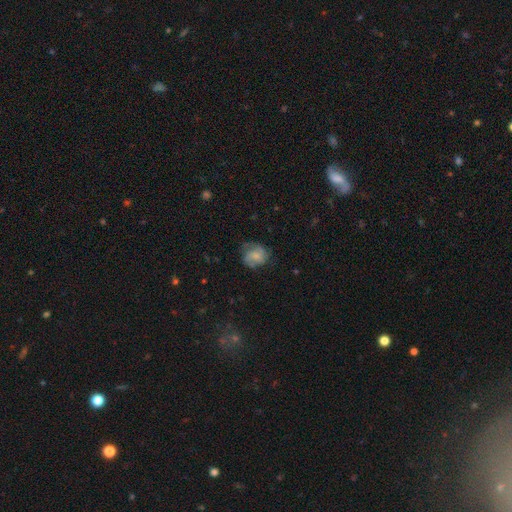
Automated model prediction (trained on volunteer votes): Smooth or featured? Predicted: smooth (p=0.50). How rounded? Predicted: round (p=0.70). Merging? Predicted: none (p=0.64).